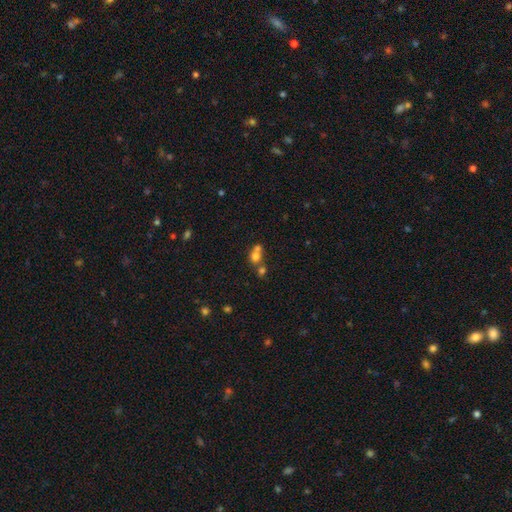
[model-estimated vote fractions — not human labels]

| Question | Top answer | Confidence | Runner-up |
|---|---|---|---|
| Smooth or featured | smooth | 71% | featured or disk (15%) |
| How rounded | round | 75% | in between (24%) |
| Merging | merger | 59% | none (31%) |